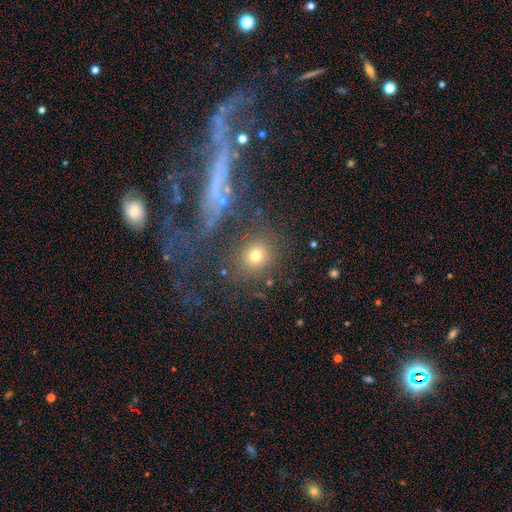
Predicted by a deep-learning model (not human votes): A smooth galaxy with no disk features (66%) that is round (81%). Merging: none (66%).